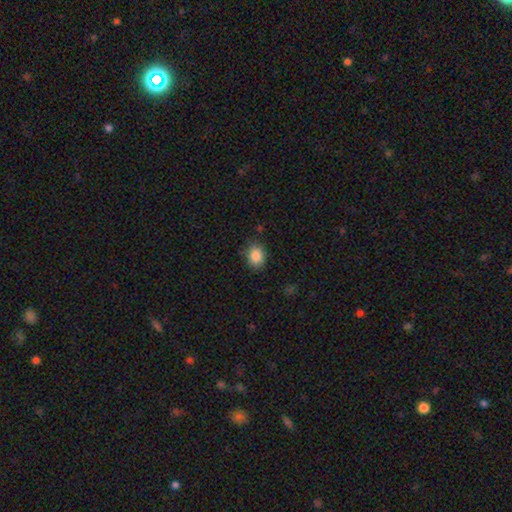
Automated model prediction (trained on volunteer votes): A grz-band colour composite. It shows a smooth galaxy with no disk features (87%) that is round (51%). Merging: none (82%).